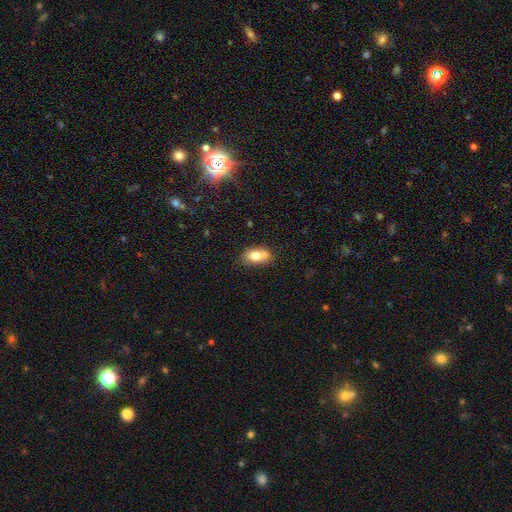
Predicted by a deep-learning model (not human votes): Overall: smooth (71%). How rounded: in between (82%). Merging: none (45%; merger 31%).